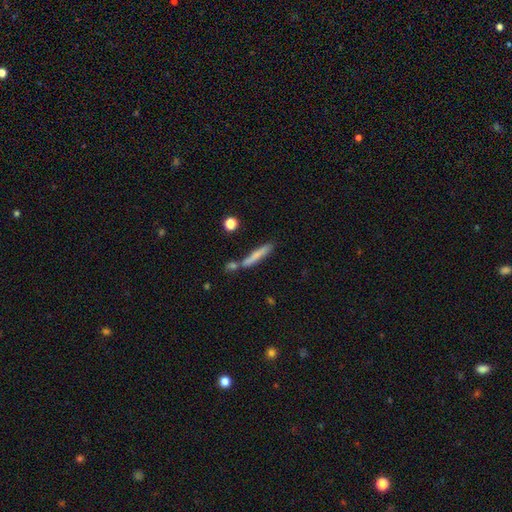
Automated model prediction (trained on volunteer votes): Q: Smooth or featured?
A: smooth (68%); runner-up: featured or disk (25%)
Q: How rounded?
A: cigar-shaped (92%); runner-up: in between (6%)
Q: Merging?
A: none (67%); runner-up: minor disturbance (15%)